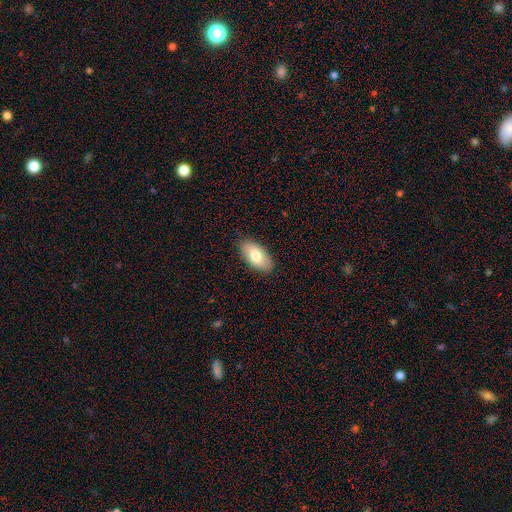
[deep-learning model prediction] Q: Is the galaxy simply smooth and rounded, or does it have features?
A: smooth — 75%.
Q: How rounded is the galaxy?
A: in between — 94%.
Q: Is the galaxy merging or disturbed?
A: none — 87%.